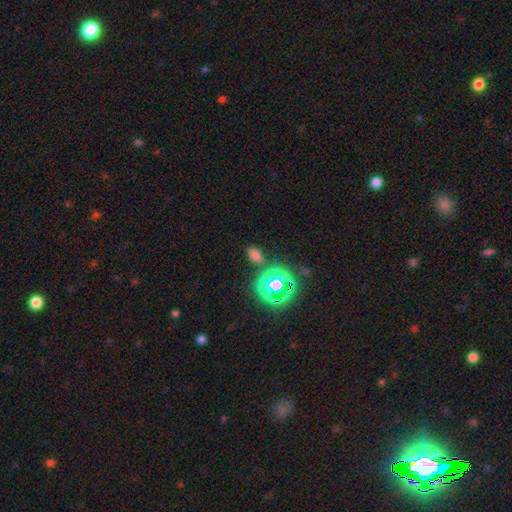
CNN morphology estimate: Smooth or featured? smooth (64%)
How rounded? in between (83%)
Merging? none (81%)